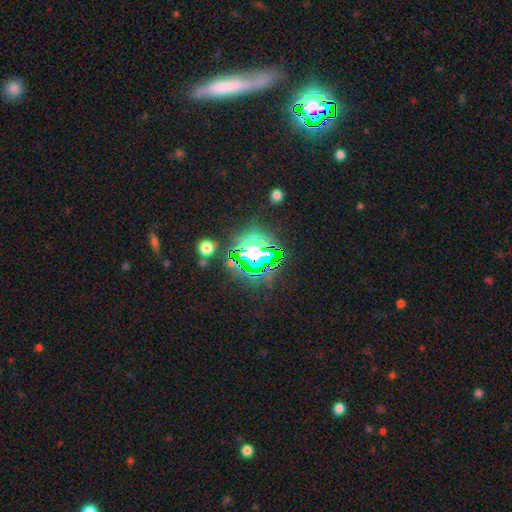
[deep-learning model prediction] smooth_or_featured: star or artifact (p=0.69) [alt: smooth p=0.19]